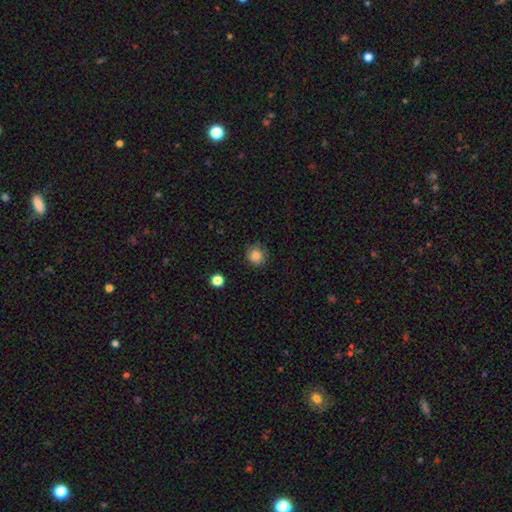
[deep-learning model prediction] The model was most divided on "merging": none: 85%, minor disturbance: 11%, major disturbance: 3%, merger: 1%. More confident: how rounded — round (92%); smooth or featured — smooth (85%).